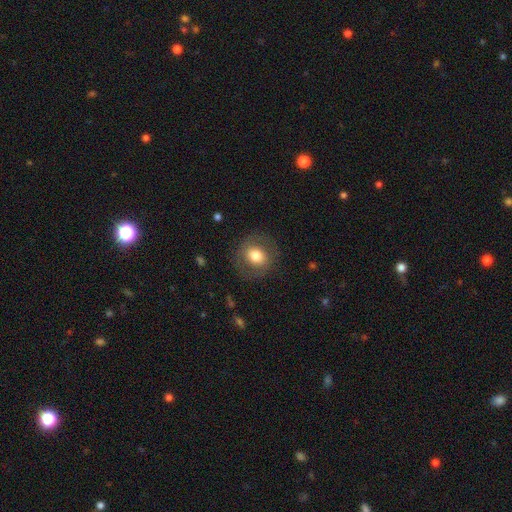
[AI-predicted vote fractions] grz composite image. It shows a smooth galaxy with no disk features (69%) that is round (78%). Merging: none (82%).